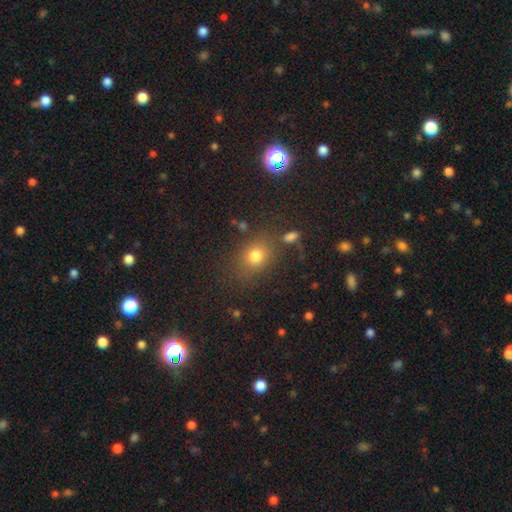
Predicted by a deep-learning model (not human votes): Overall: smooth (74%). How rounded: round (55%; in between 44%). Merging: none (77%).